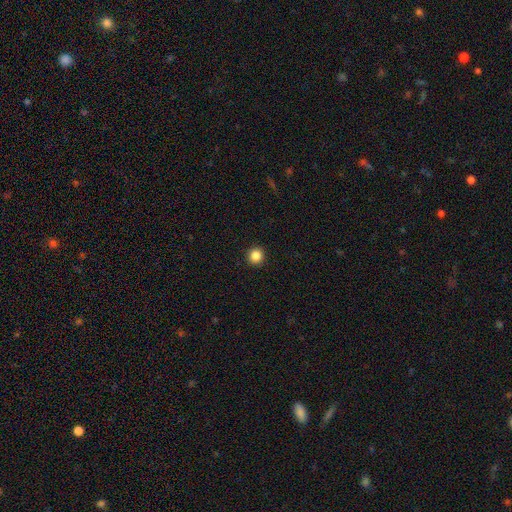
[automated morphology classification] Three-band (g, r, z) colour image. It shows a smooth galaxy with no disk features (85%) that is round (95%). Merging: none (93%).